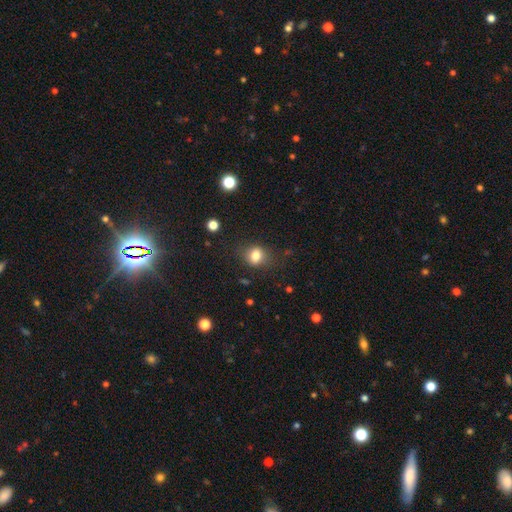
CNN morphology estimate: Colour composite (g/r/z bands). It shows a smooth galaxy with no disk features (79%) that is round (55%). Merging: none (75%).